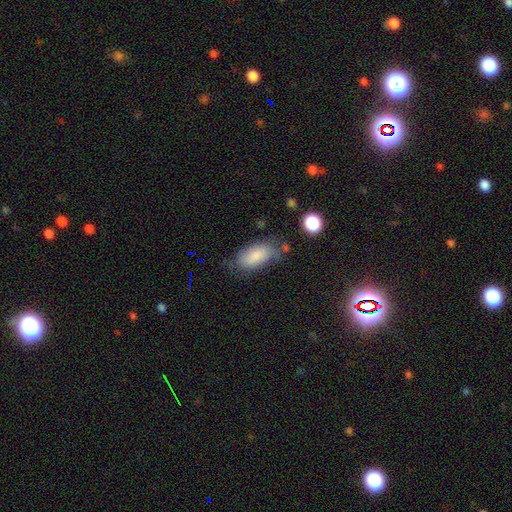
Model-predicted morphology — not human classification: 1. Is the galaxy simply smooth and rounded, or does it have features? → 80% smooth, 12% featured or disk, 8% star or artifact.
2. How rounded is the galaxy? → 92% in between, 5% cigar-shaped, 3% round.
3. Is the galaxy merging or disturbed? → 58% none, 27% minor disturbance, 10% major disturbance, 4% merger.